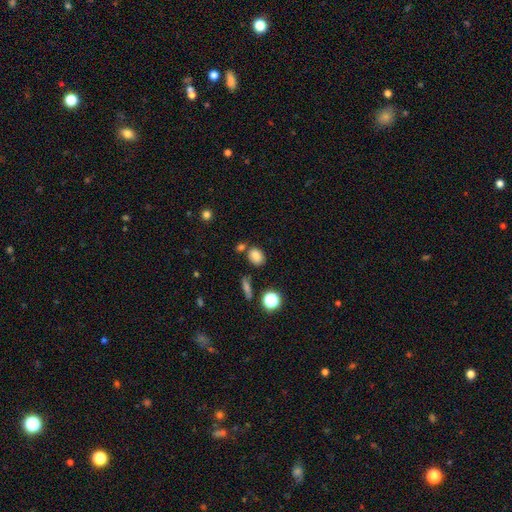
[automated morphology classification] type=smooth (80%); roundness=in between (60%); merging=none (71%).